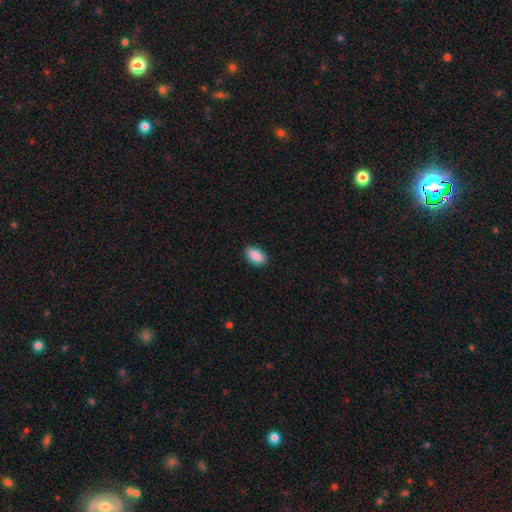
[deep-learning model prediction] The model was most divided on "merging": none: 88%, minor disturbance: 9%, major disturbance: 2%, merger: 1%. More confident: how rounded — in between (92%); smooth or featured — smooth (91%).